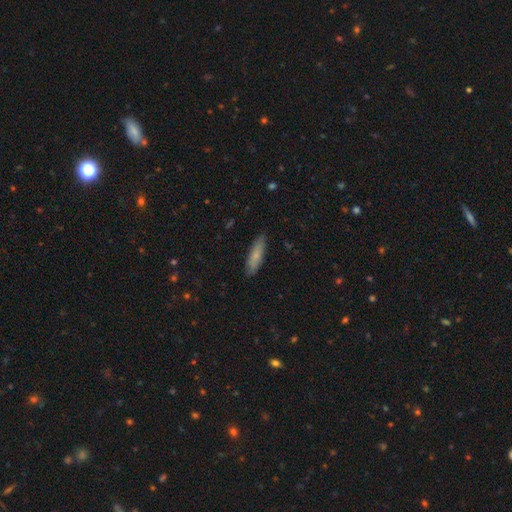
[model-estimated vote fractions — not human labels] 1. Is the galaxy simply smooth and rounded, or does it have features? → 75% smooth, 19% featured or disk, 6% star or artifact.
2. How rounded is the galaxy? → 70% cigar-shaped, 29% in between, 2% round.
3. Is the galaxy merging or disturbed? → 85% none, 12% minor disturbance, 2% major disturbance, 1% merger.